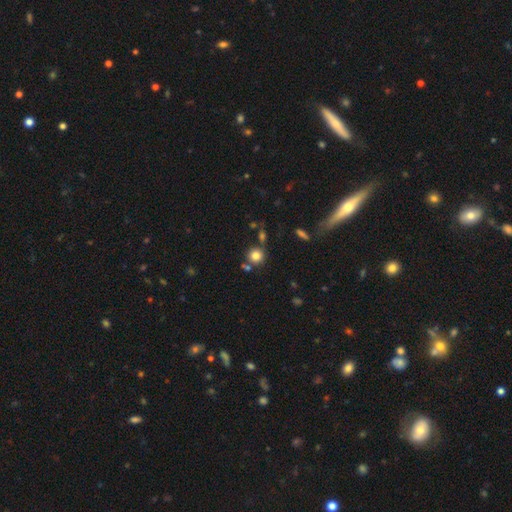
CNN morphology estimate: The model was most divided on "merging": none: 74%, merger: 13%, minor disturbance: 9%, major disturbance: 3%. More confident: how rounded — round (91%); smooth or featured — smooth (80%).